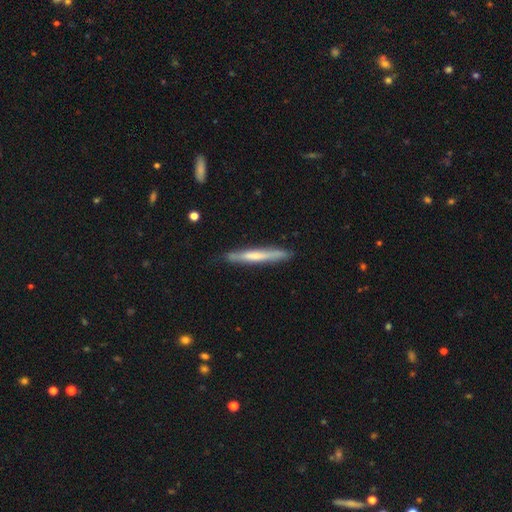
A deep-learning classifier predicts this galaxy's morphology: Smooth or featured?
  - smooth: 51% *
  - featured or disk: 43%
  - star or artifact: 6%
How rounded?
  - cigar-shaped: 96% *
  - in between: 3%
  - round: 1%
Merging?
  - none: 84% *
  - minor disturbance: 13%
  - major disturbance: 2%
  - merger: 1%